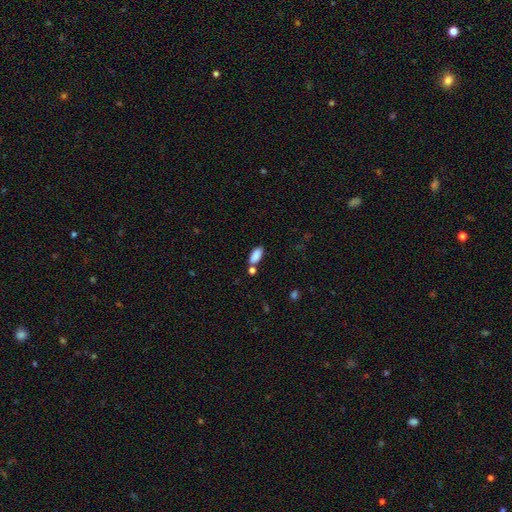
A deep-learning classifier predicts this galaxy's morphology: smooth-or-featured: smooth: 87% | star or artifact: 8% | featured or disk: 5%
  how-rounded: in between: 88% | cigar-shaped: 9% | round: 3%
  merging: none: 64% | merger: 18% | minor disturbance: 14% | major disturbance: 4%